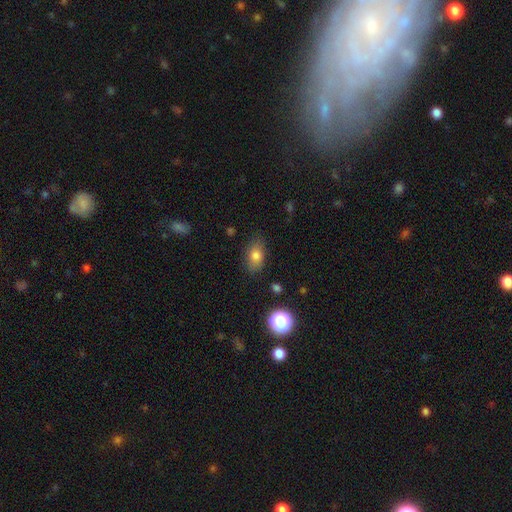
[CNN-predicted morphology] This appears to be a smooth galaxy with no disk features (78%) that is in between round and cigar-shaped (83%). Merging: none (79%).